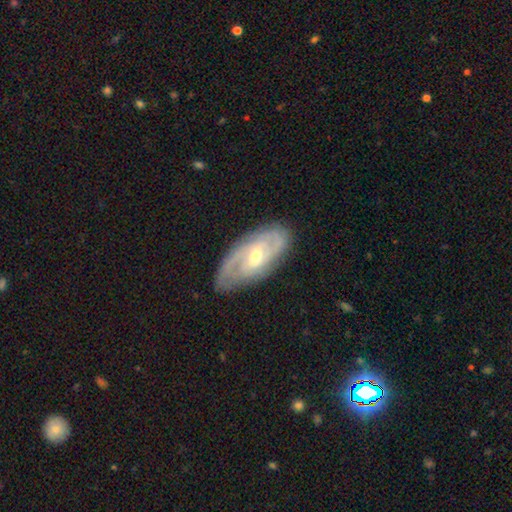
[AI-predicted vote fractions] smooth_or_featured: featured or disk (p=0.82) [alt: smooth p=0.13]
disk_edge_on: no (p=0.93) [alt: yes p=0.07]
bar: weak (p=0.50) [alt: no p=0.32]
has_spiral_arms: yes (p=0.93) [alt: no p=0.07]
spiral_winding: tight (p=0.51) [alt: medium p=0.38]
spiral_arm_count: 2 (p=0.52) [alt: can't tell p=0.22]
bulge_size: moderate (p=0.50) [alt: small p=0.47]
merging: none (p=0.79) [alt: minor disturbance p=0.15]